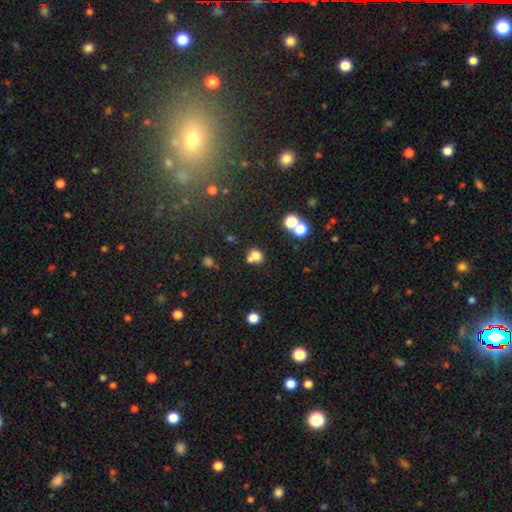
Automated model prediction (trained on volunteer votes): Smooth or featured? Predicted: smooth (p=0.74). How rounded? Predicted: round (p=0.64). Merging? Predicted: none (p=0.45).